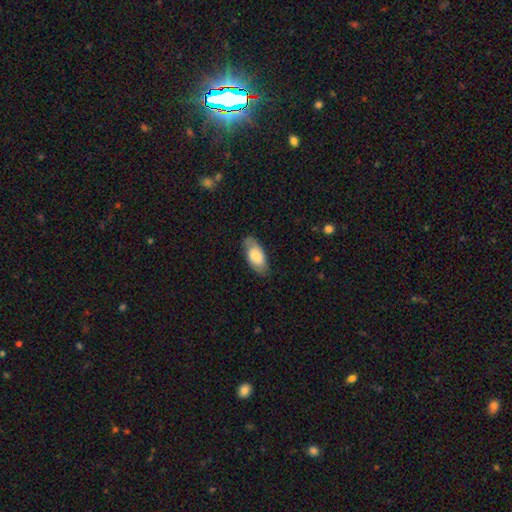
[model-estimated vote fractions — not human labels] The model was most divided on "smooth or featured": smooth: 69%, featured or disk: 25%, star or artifact: 6%. More confident: how rounded — in between (91%); merging — none (79%).